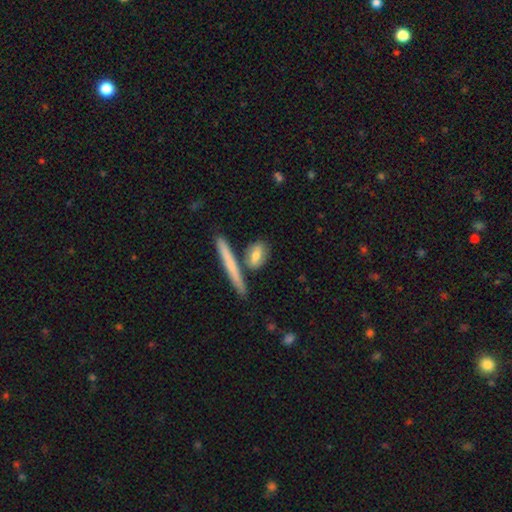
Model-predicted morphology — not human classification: smooth-or-featured: smooth: 71% | featured or disk: 23% | star or artifact: 6%
  how-rounded: in between: 45% | cigar-shaped: 43% | round: 12%
  merging: none: 68% | merger: 15% | minor disturbance: 13% | major disturbance: 4%